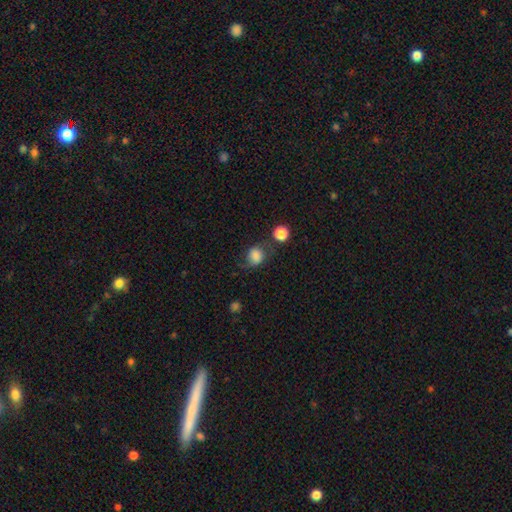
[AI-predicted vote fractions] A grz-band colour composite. It shows a smooth galaxy with no disk features (74%) that is round (67%). Merging: none (52%).